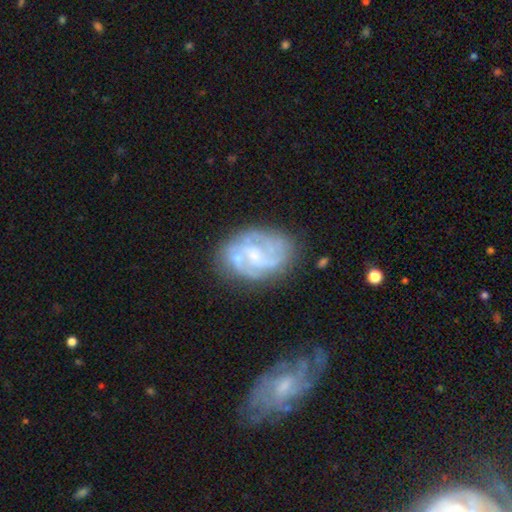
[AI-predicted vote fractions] Smooth or featured?
  - featured or disk: 78% *
  - smooth: 15%
  - star or artifact: 7%
Edge-on disk?
  - no: 98% *
  - yes: 2%
Bar?
  - no: 51% *
  - weak: 41%
  - strong: 8%
Spiral arms?
  - yes: 86% *
  - no: 14%
Spiral winding?
  - medium: 44% *
  - tight: 40%
  - loose: 16%
Spiral arm count?
  - 2: 32% *
  - can't tell: 28%
  - 3: 25%
  - 4: 7%
  - 1: 5%
  - more than 4: 4%
Bulge size?
  - small: 45% *
  - moderate: 34%
  - none: 16%
  - large: 4%
  - dominant: 1%
Merging?
  - none: 59% *
  - minor disturbance: 21%
  - major disturbance: 13%
  - merger: 8%